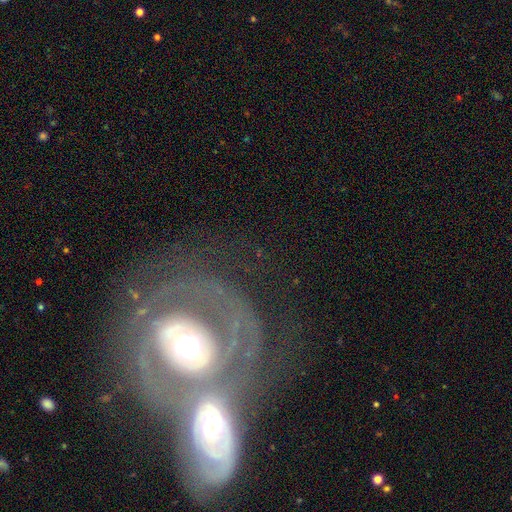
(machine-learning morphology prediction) Smooth or featured?
  - featured or disk: 75% *
  - smooth: 17%
  - star or artifact: 8%
Edge-on disk?
  - no: 95% *
  - yes: 5%
Bar?
  - no: 60% *
  - weak: 23%
  - strong: 16%
Spiral arms?
  - yes: 65% *
  - no: 35%
Bulge size?
  - moderate: 63% *
  - small: 17%
  - large: 16%
  - dominant: 3%
  - none: 2%
Merging?
  - merger: 50% *
  - none: 29%
  - major disturbance: 11%
  - minor disturbance: 10%